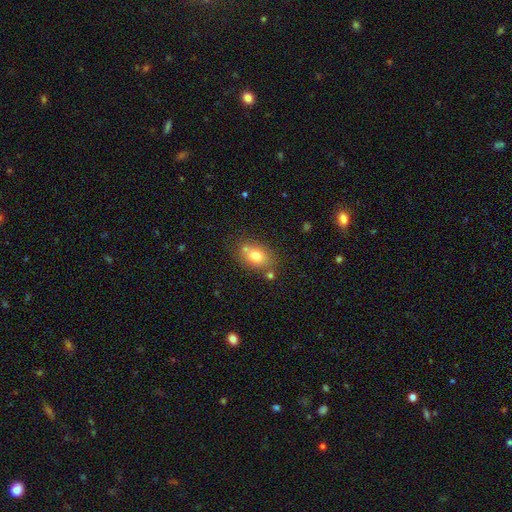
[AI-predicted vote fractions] smooth-or-featured: smooth: 74% | featured or disk: 15% | star or artifact: 10%
  how-rounded: in between: 71% | round: 27% | cigar-shaped: 2%
  merging: none: 64% | merger: 16% | minor disturbance: 15% | major disturbance: 4%